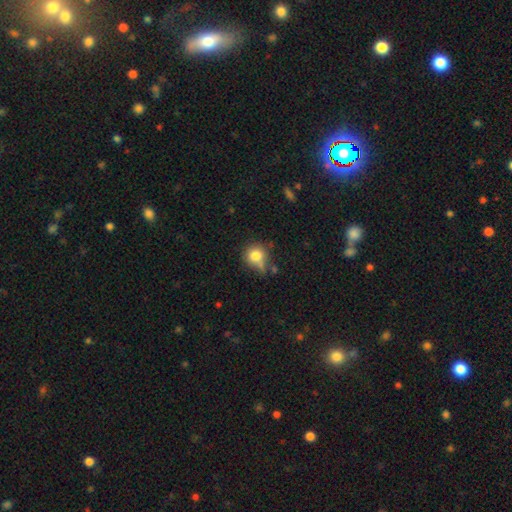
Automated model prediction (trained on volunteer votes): A smooth galaxy with no disk features (78%) that is round (84%).

Vote fractions:
- Smooth or featured? smooth: 78% / star or artifact: 11% / featured or disk: 11%
- How rounded? round: 84% / in between: 15% / cigar-shaped: 1%
- Merging? none: 52% / minor disturbance: 25% / merger: 13% / major disturbance: 10%